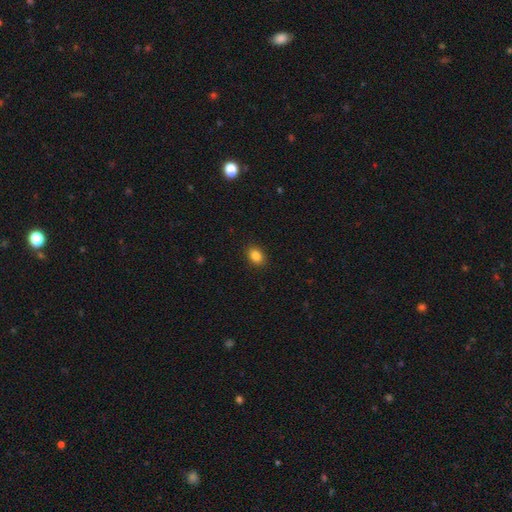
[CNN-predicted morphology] Smooth or featured? Predicted: smooth (p=0.86). How rounded? Predicted: in between (p=0.69). Merging? Predicted: none (p=0.90).